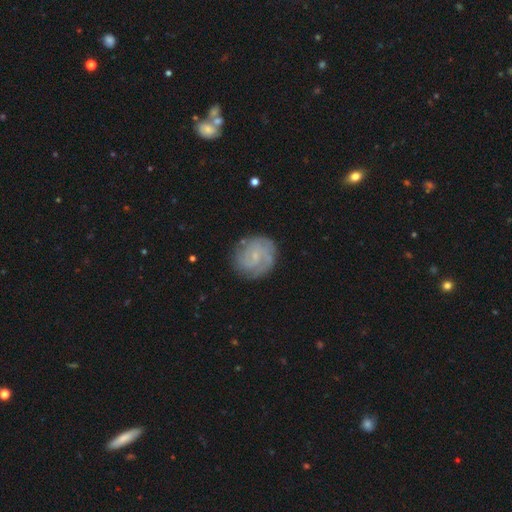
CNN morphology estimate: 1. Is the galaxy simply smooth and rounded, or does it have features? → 72% featured or disk, 21% smooth, 7% star or artifact.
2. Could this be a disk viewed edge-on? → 98% no, 2% yes.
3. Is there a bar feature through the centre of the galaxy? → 59% no, 36% weak, 5% strong.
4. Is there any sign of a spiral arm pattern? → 91% yes, 9% no.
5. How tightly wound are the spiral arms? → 58% tight, 32% medium, 10% loose.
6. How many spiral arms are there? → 33% can't tell, 32% 2, 18% 3, 7% 4, 5% 1, 5% more than 4.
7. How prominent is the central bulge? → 75% small, 12% moderate, 11% none, 1% large, 1% dominant.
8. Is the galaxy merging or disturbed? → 79% none, 14% minor disturbance, 5% major disturbance, 1% merger.